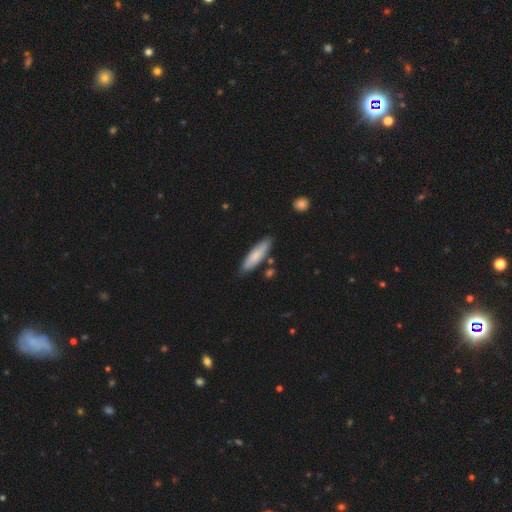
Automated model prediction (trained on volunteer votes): The model was most divided on "how rounded": cigar-shaped: 68%, in between: 31%, round: 1%. More confident: merging — none (81%); smooth or featured — smooth (78%).